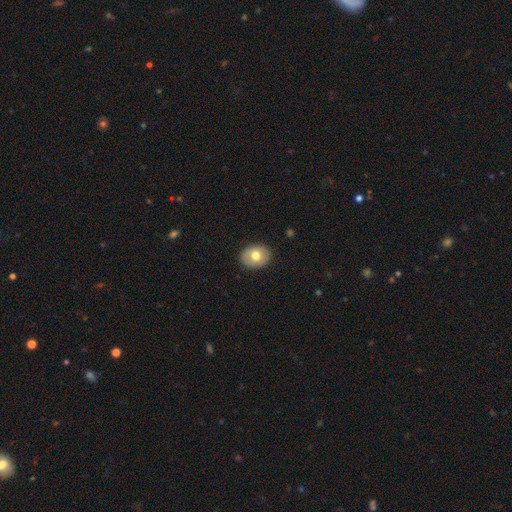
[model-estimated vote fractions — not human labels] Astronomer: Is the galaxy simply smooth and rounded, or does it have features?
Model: smooth — 71%.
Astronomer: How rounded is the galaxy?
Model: in between — 54% (runner-up: round, 45%).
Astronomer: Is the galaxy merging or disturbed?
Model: none — 88%.